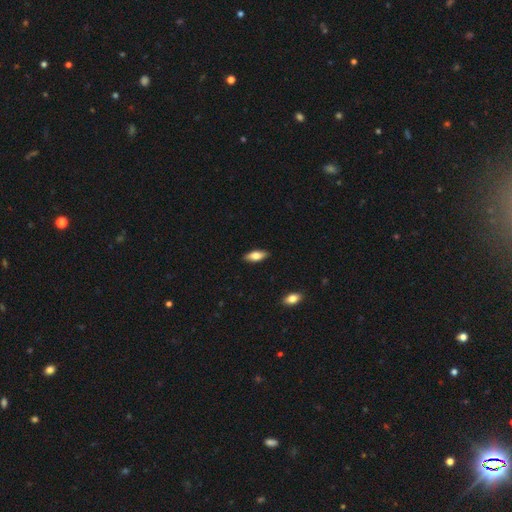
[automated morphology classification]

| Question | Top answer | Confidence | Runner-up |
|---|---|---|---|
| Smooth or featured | smooth | 75% | featured or disk (19%) |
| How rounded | in between | 78% | cigar-shaped (20%) |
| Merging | none | 88% | minor disturbance (9%) |